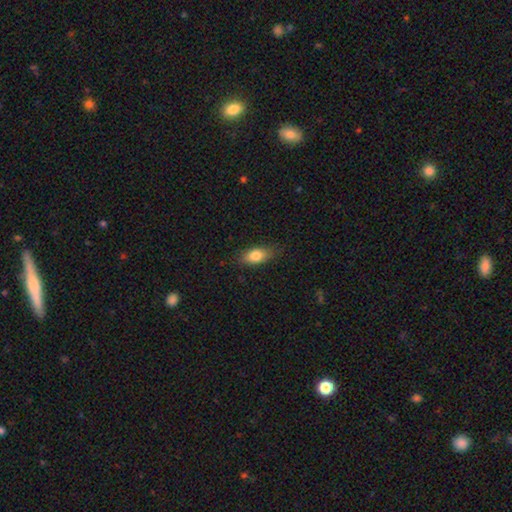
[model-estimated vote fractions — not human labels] Q: Smooth or featured?
A: smooth (79%); runner-up: featured or disk (13%)
Q: How rounded?
A: in between (82%); runner-up: cigar-shaped (12%)
Q: Merging?
A: none (79%); runner-up: minor disturbance (17%)